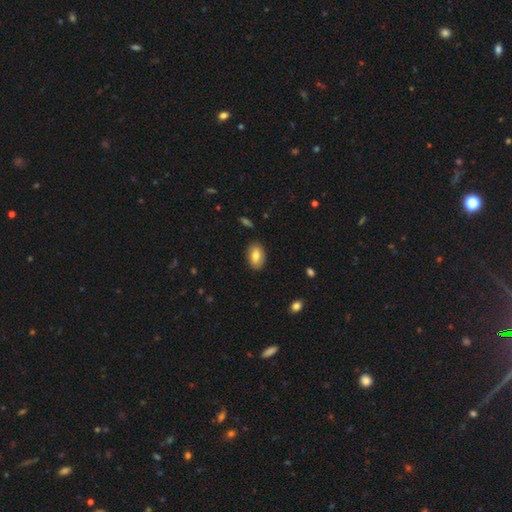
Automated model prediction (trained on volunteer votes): Overall: smooth (75%). How rounded: in between (90%). Merging: none (86%).